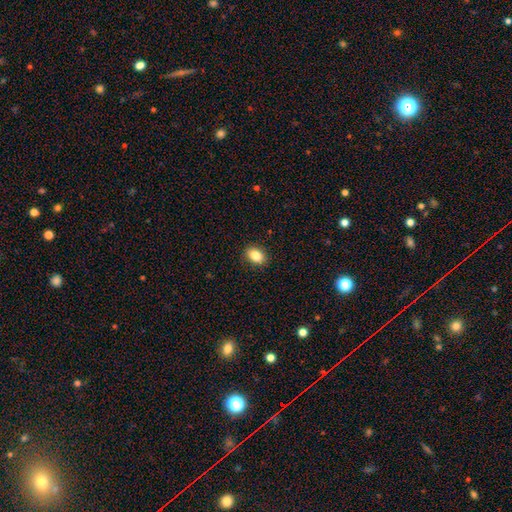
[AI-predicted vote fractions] Smooth or featured? smooth (86%)
How rounded? in between (79%)
Merging? none (89%)